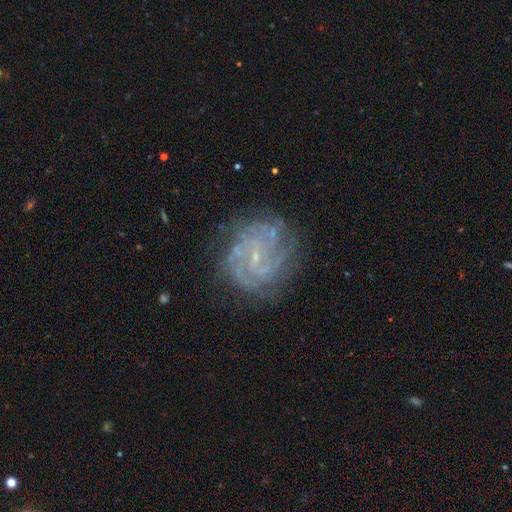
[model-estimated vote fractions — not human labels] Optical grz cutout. It shows a featured or disk galaxy (82%) with no bar (52%), tight (62%) spiral arms (95%) and a small central bulge (83%). Merging: none (78%).